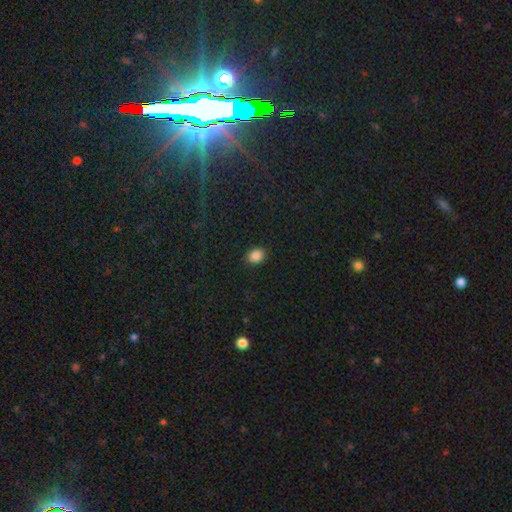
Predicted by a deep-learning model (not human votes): smooth 87%, star or artifact 10%, featured or disk 3%. Down the decision tree: how rounded — round (51%); merging — none (89%).